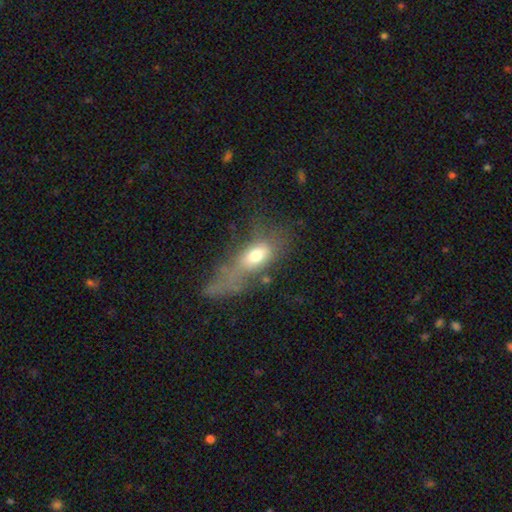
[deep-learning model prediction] Smooth or featured? Predicted: smooth (p=0.63). How rounded? Predicted: in between (p=0.78). Merging? Predicted: major disturbance (p=0.51).